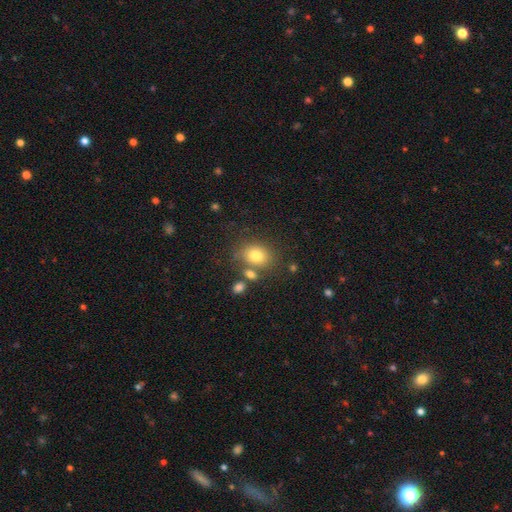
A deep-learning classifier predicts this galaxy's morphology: Overall: smooth (79%). How rounded: in between (56%; round 43%). Merging: none (68%).